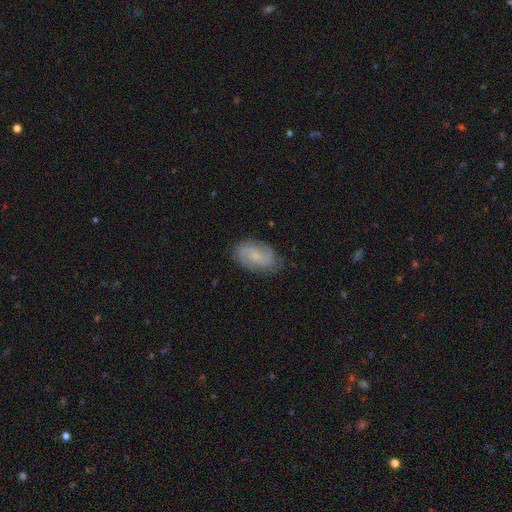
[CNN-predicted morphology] smooth-or-featured: featured or disk: 51% | smooth: 41% | star or artifact: 8%
  disk-edge-on: no: 95% | yes: 5%
  merging: none: 77% | minor disturbance: 17% | major disturbance: 4% | merger: 1%